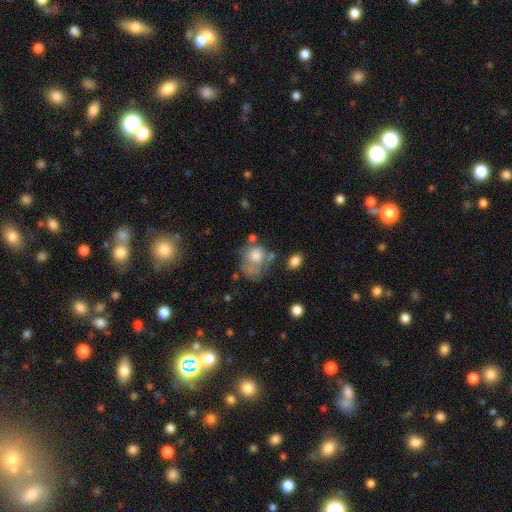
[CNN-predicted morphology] This appears to be a smooth galaxy with no disk features (64%) that is round (54%). Merging: none (32%).